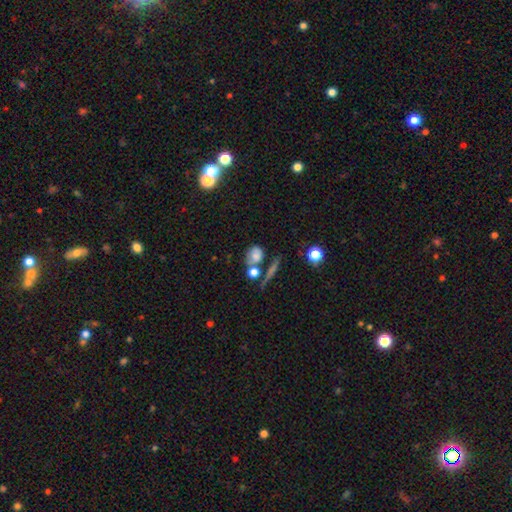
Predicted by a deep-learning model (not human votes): Smooth or featured?
  - smooth: 70% *
  - featured or disk: 18%
  - star or artifact: 12%
How rounded?
  - round: 57% *
  - in between: 39%
  - cigar-shaped: 4%
Merging?
  - none: 47% *
  - merger: 27%
  - minor disturbance: 17%
  - major disturbance: 9%